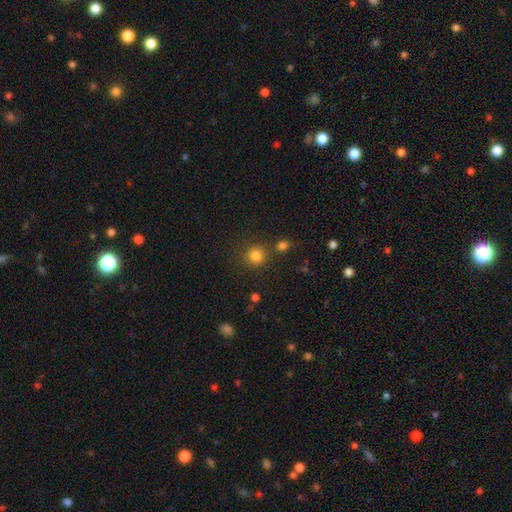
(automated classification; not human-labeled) This is clearly a smooth galaxy (82%). How rounded: clearly round (92%). Merging: likely none (77%).